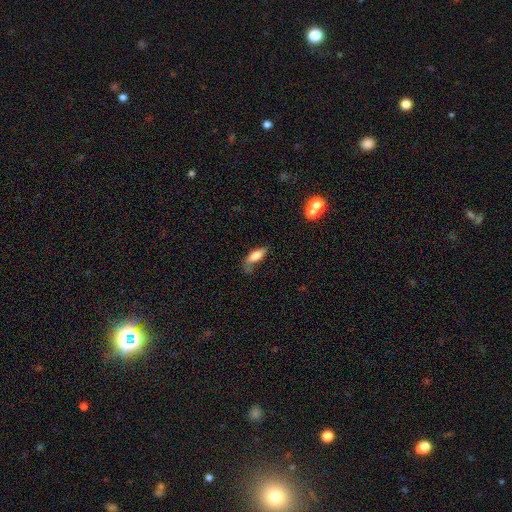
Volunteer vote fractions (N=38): Smooth or featured?
  - smooth: 76% *
  - featured or disk: 16%
  - star or artifact: 8%
How rounded?
  - in between: 76% *
  - cigar-shaped: 21%
  - round: 3%
Merging?
  - none: 37% * (tied)
  - minor disturbance: 37% * (tied)
  - major disturbance: 23%
  - merger: 3%